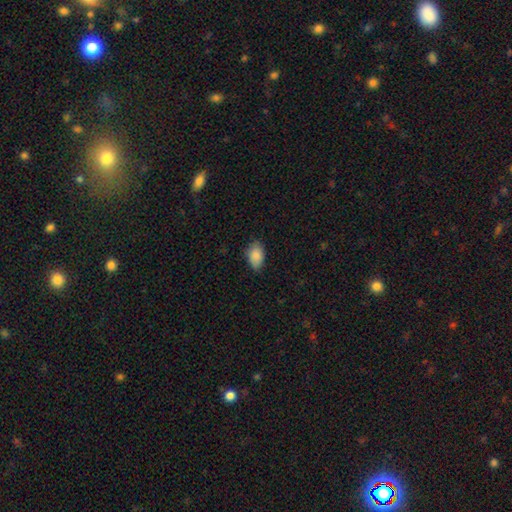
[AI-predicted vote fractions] Smooth or featured?
  - smooth: 87% *
  - star or artifact: 7%
  - featured or disk: 6%
How rounded?
  - in between: 91% *
  - round: 8%
  - cigar-shaped: 2%
Merging?
  - none: 78% *
  - minor disturbance: 18%
  - major disturbance: 3%
  - merger: 1%